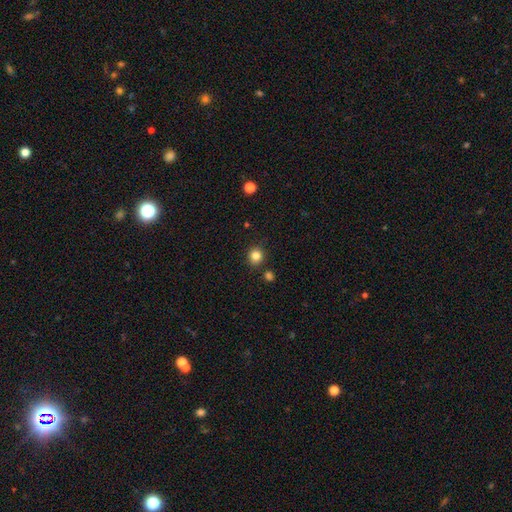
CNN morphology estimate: A smooth galaxy with no disk features (83%) that is round (86%).

Vote fractions:
- Smooth or featured? smooth: 83% / star or artifact: 12% / featured or disk: 5%
- How rounded? round: 86% / in between: 13% / cigar-shaped: 1%
- Merging? none: 86% / minor disturbance: 8% / merger: 4% / major disturbance: 2%